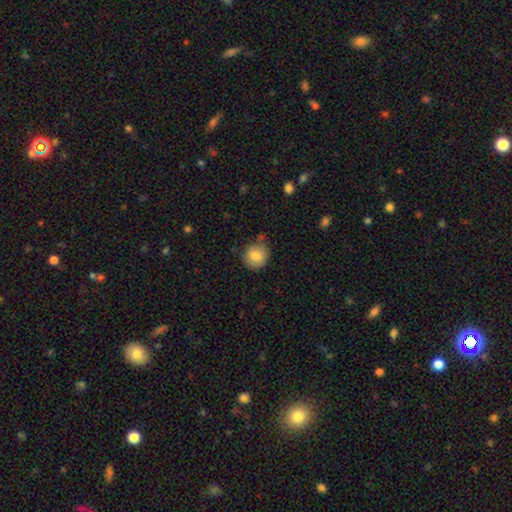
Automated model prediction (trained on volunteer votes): smooth 84%, featured or disk 8%, star or artifact 8%. Down the decision tree: how rounded — round (87%); merging — none (77%).